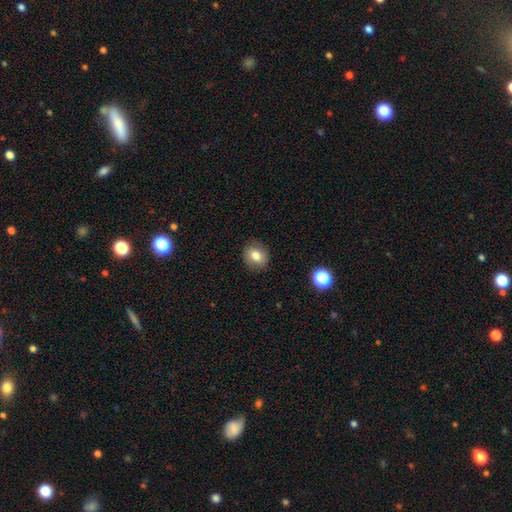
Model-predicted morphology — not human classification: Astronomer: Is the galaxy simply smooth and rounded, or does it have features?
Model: smooth — 79%.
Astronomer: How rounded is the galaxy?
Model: round — 72%.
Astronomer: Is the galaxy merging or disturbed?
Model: none — 88%.